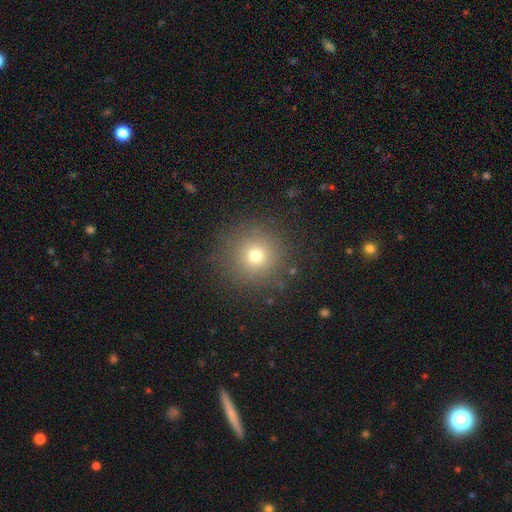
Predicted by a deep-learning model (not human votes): Smooth or featured?
  - smooth: 72% *
  - star or artifact: 18%
  - featured or disk: 10%
How rounded?
  - round: 95% *
  - in between: 4%
  - cigar-shaped: 1%
Merging?
  - none: 87% *
  - minor disturbance: 7%
  - major disturbance: 4%
  - merger: 1%